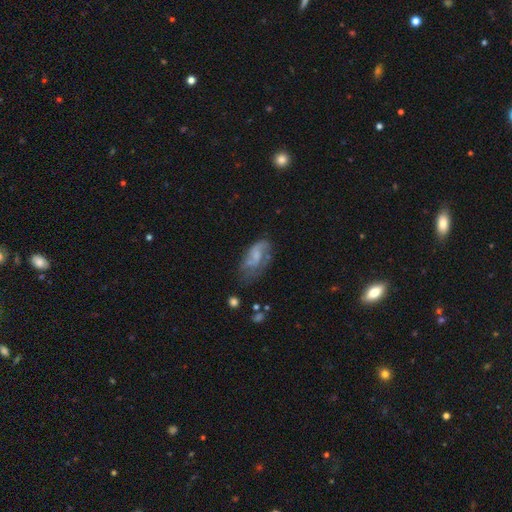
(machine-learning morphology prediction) smooth-or-featured: featured or disk: 58% | smooth: 33% | star or artifact: 9%
  disk-edge-on: no: 95% | yes: 5%
    bar: no: 59% | weak: 35% | strong: 6%
    has-spiral-arms: yes: 77% | no: 23%
    bulge-size: none: 36% (tied) | small: 36% (tied) | moderate: 22% | large: 4% | dominant: 1%
  merging: none: 44% | minor disturbance: 28% | major disturbance: 23% | merger: 4%